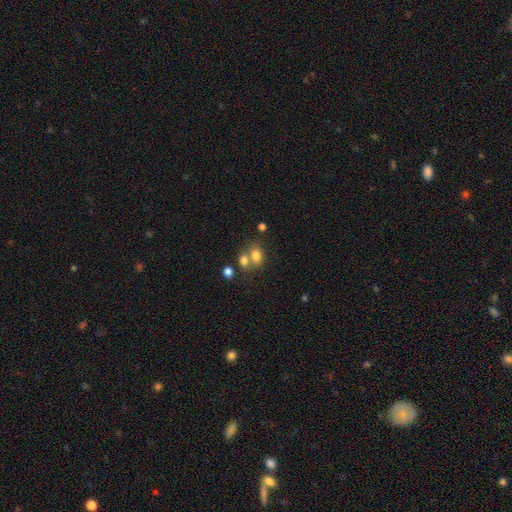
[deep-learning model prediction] Overall: smooth (77%). How rounded: in between (64%; round 35%). Merging: merger (44%; none 41%).